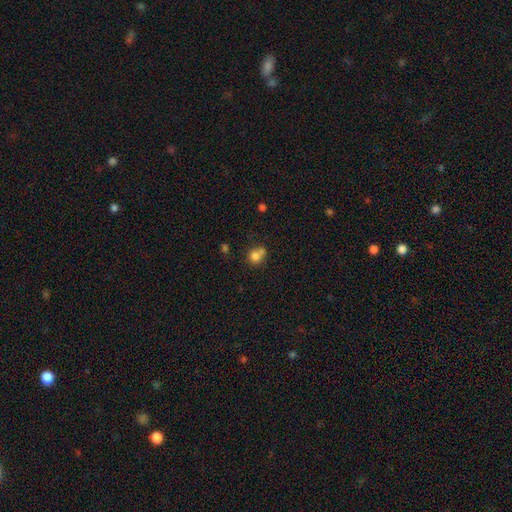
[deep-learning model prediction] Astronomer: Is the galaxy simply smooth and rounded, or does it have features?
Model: smooth — 78%.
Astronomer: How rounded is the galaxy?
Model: round — 78%.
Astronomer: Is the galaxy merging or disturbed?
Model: none — 43% (runner-up: merger, 40%).